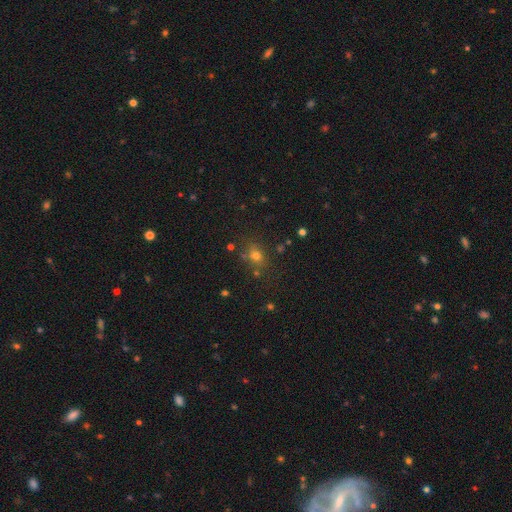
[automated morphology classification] Overall: smooth (66%). How rounded: round (62%; in between 36%). Merging: none (73%).